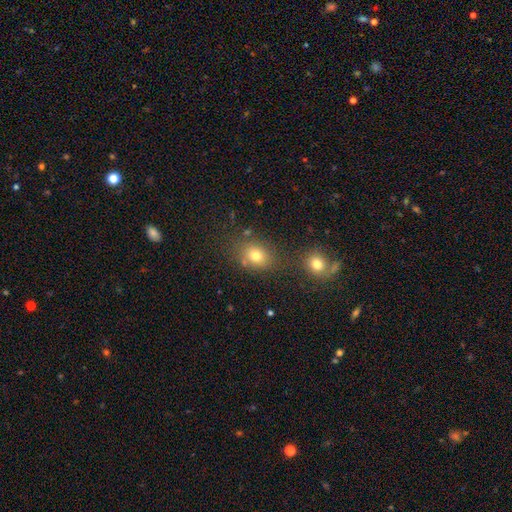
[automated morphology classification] Q: Smooth or featured?
A: smooth (74%); runner-up: star or artifact (16%)
Q: How rounded?
A: round (54%); runner-up: in between (45%)
Q: Merging?
A: none (71%); runner-up: merger (13%)